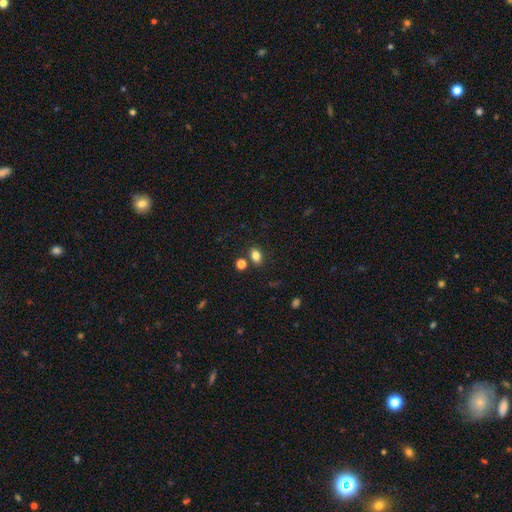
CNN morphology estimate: The model was most divided on "how rounded": in between: 77%, round: 21%, cigar-shaped: 2%. More confident: smooth or featured — smooth (82%); merging — none (76%).